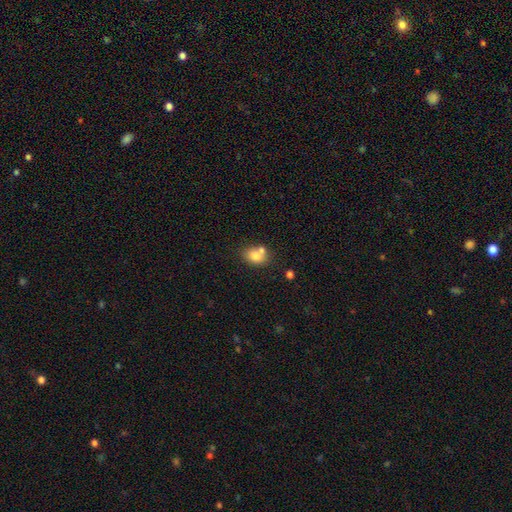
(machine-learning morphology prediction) This is likely a smooth galaxy (78%). How rounded: possibly in between (58%). Merging: possibly none (50%).